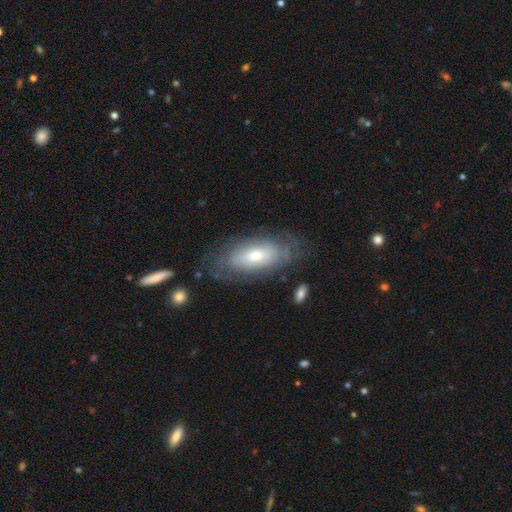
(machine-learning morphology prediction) Smooth or featured: smooth — 47% (featured or disk — 46%)
Merging: none — 70% (minor disturbance — 19%)